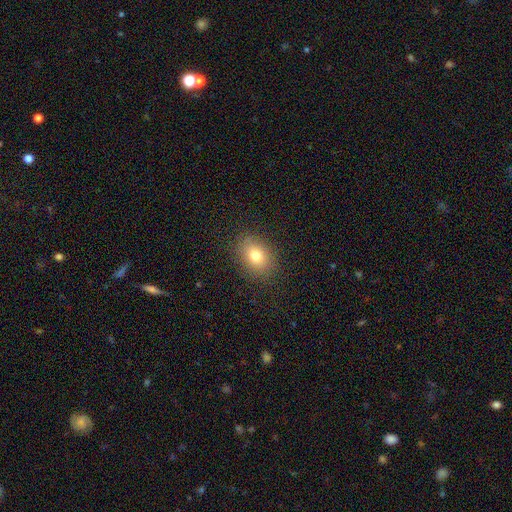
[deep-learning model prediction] Smooth or featured: smooth — 76% (star or artifact — 12%)
How rounded: in between — 61% (round — 38%)
Merging: none — 87% (minor disturbance — 9%)